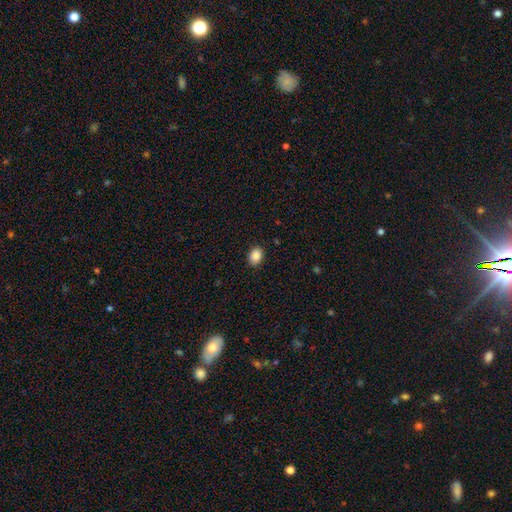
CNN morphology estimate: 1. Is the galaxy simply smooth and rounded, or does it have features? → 87% smooth, 9% star or artifact, 4% featured or disk.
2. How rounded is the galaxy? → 71% in between, 29% round, 1% cigar-shaped.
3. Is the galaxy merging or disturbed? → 90% none, 8% minor disturbance, 2% major disturbance, 1% merger.